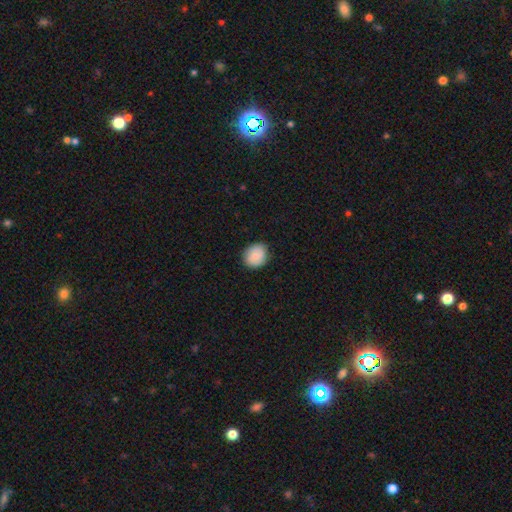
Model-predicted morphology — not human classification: smooth-or-featured: smooth: 85% | featured or disk: 8% | star or artifact: 7%
  how-rounded: round: 71% | in between: 28% | cigar-shaped: 1%
  merging: none: 85% | minor disturbance: 12% | major disturbance: 2% | merger: 1%